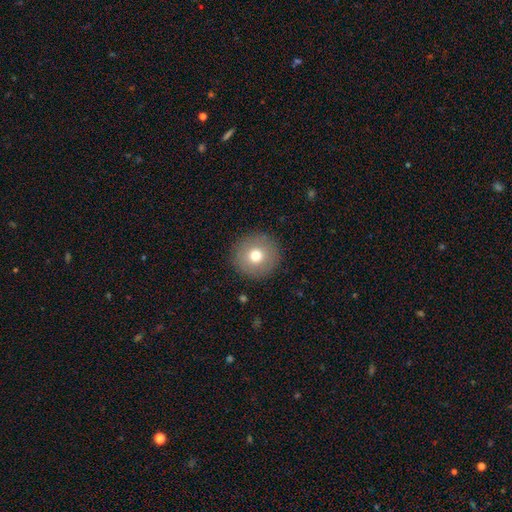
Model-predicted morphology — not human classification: Overall: smooth (73%). How rounded: round (96%). Merging: none (91%).